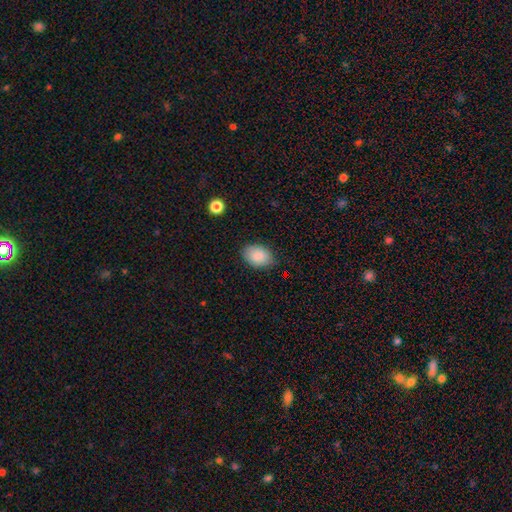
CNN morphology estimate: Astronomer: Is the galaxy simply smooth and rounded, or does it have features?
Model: smooth — 87%.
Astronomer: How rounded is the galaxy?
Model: in between — 82%.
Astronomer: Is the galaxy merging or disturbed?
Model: none — 82%.